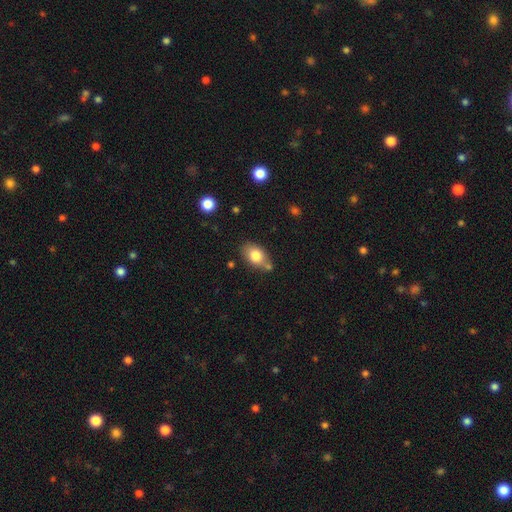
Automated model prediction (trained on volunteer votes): The model was most divided on "merging": none: 63%, minor disturbance: 18%, merger: 15%, major disturbance: 4%. More confident: how rounded — in between (84%); smooth or featured — smooth (79%).